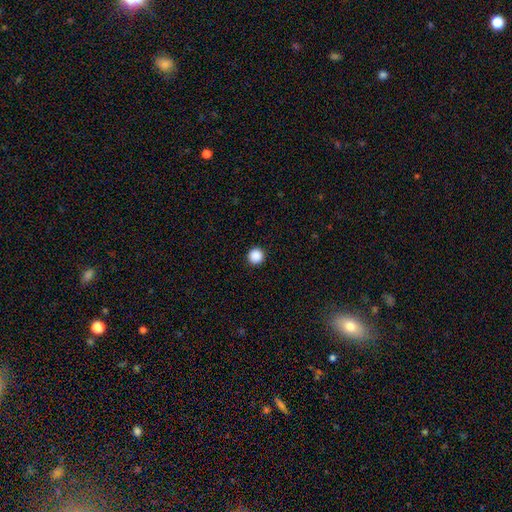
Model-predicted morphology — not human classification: smooth-or-featured: smooth: 88% | star or artifact: 10% | featured or disk: 2%
  how-rounded: round: 96% | in between: 3% | cigar-shaped: 1%
  merging: none: 94% | minor disturbance: 4% | major disturbance: 1% | merger: 1%